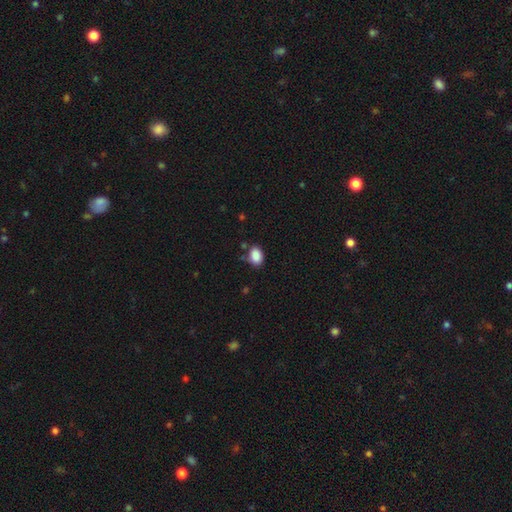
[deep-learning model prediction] smooth 88%, star or artifact 9%, featured or disk 3%. Down the decision tree: how rounded — in between (78%); merging — none (72%).